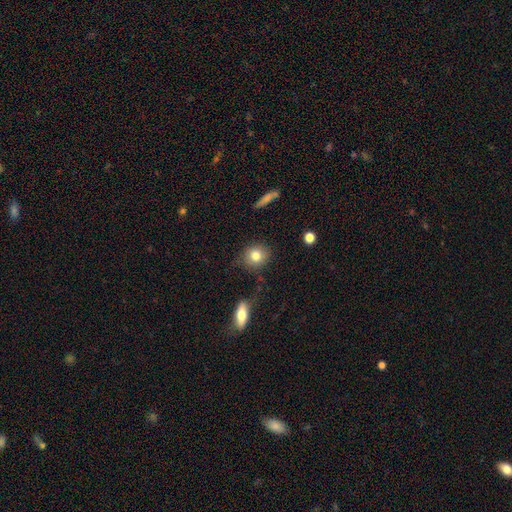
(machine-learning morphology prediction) Q: Smooth or featured?
A: smooth (81%); runner-up: featured or disk (10%)
Q: How rounded?
A: round (79%); runner-up: in between (19%)
Q: Merging?
A: none (80%); runner-up: minor disturbance (13%)